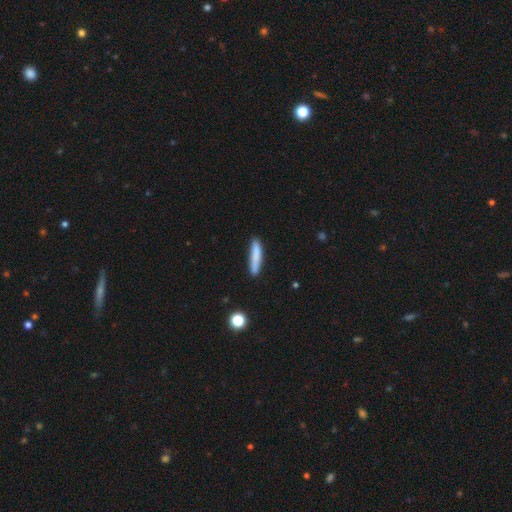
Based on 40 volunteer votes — Smooth or featured: smooth — 82% (featured or disk — 12%)
How rounded: cigar-shaped — 94% (in between — 6%)
Merging: none — 76% (minor disturbance — 18%)